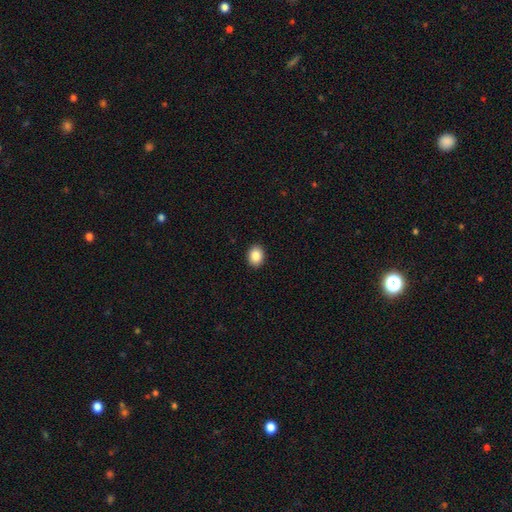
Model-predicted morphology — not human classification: type=smooth (87%); roundness=in between (55%); merging=none (92%).